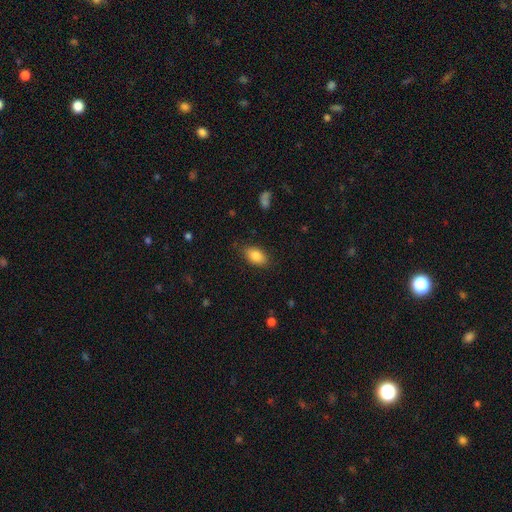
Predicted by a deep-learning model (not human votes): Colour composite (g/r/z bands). It shows a smooth galaxy with no disk features (85%) that is in between round and cigar-shaped (91%). Merging: none (83%).